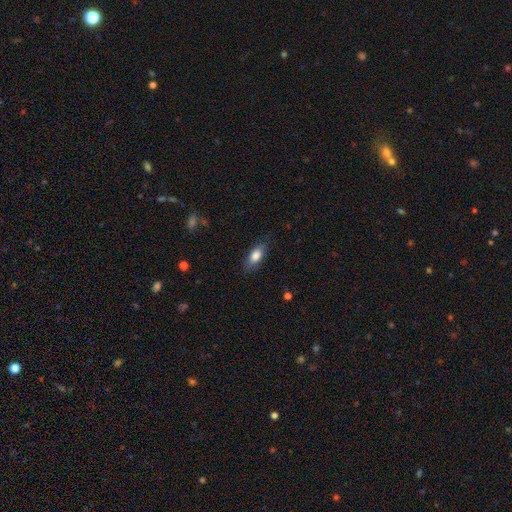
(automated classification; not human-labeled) This appears to be a smooth galaxy with no disk features (82%) that is in between round and cigar-shaped (83%). Merging: none (80%).